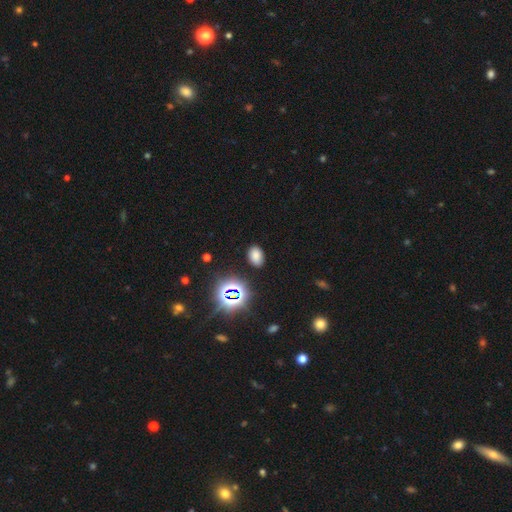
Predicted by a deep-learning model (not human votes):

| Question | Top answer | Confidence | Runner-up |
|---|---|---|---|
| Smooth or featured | smooth | 71% | star or artifact (23%) |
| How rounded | in between | 83% | round (15%) |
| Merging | none | 86% | minor disturbance (10%) |